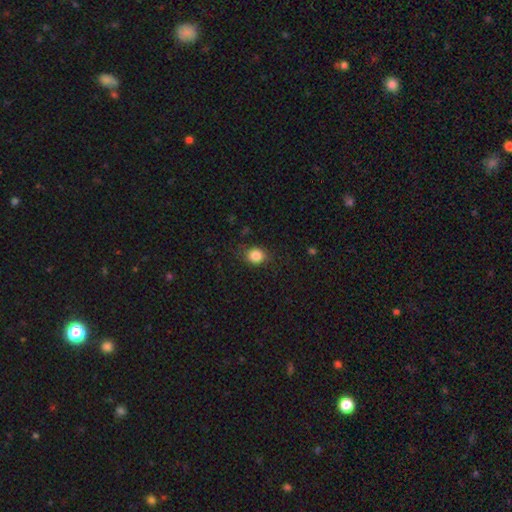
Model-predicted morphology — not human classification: smooth-or-featured: smooth: 84% | star or artifact: 10% | featured or disk: 5%
  how-rounded: round: 69% | in between: 30% | cigar-shaped: 1%
  merging: none: 81% | minor disturbance: 14% | major disturbance: 4% | merger: 1%